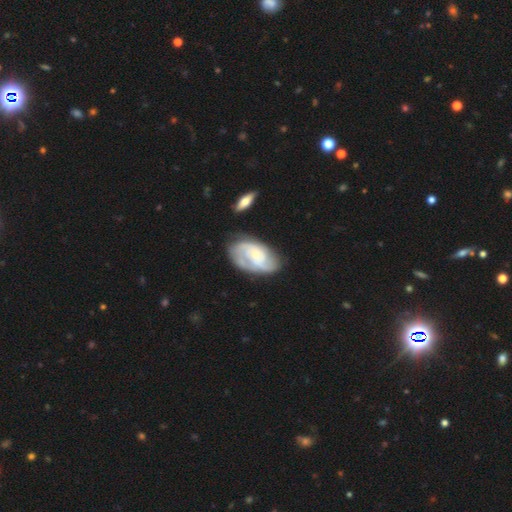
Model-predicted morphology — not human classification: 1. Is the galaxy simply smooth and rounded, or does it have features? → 74% featured or disk, 20% smooth, 5% star or artifact.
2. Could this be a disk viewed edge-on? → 96% no, 4% yes.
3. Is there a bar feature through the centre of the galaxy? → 56% no, 38% weak, 7% strong.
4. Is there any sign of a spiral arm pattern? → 90% yes, 10% no.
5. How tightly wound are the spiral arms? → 42% medium, 41% tight, 17% loose.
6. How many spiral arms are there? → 47% 2, 28% can't tell, 14% 3, 5% 1, 3% 4, 3% more than 4.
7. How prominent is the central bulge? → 63% small, 25% moderate, 8% none, 3% large, 1% dominant.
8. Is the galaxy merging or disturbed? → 61% none, 24% minor disturbance, 11% major disturbance, 5% merger.